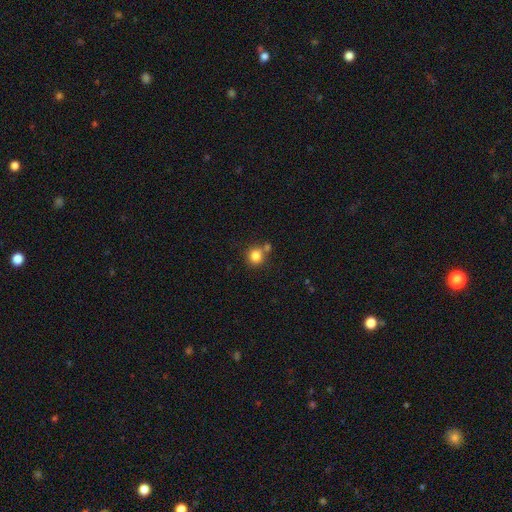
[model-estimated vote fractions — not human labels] Smooth or featured: smooth — 82% (star or artifact — 11%)
How rounded: round — 89% (in between — 10%)
Merging: none — 62% (merger — 23%)